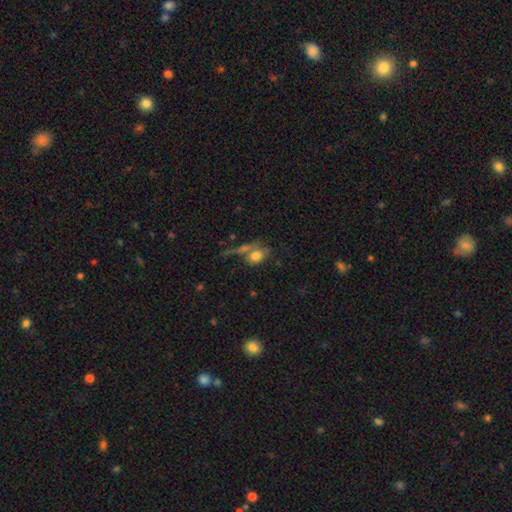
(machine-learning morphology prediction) Smooth or featured?
  - smooth: 74% *
  - featured or disk: 16%
  - star or artifact: 10%
How rounded?
  - in between: 70% *
  - round: 26%
  - cigar-shaped: 4%
Merging?
  - none: 42% *
  - merger: 30%
  - minor disturbance: 15%
  - major disturbance: 13%